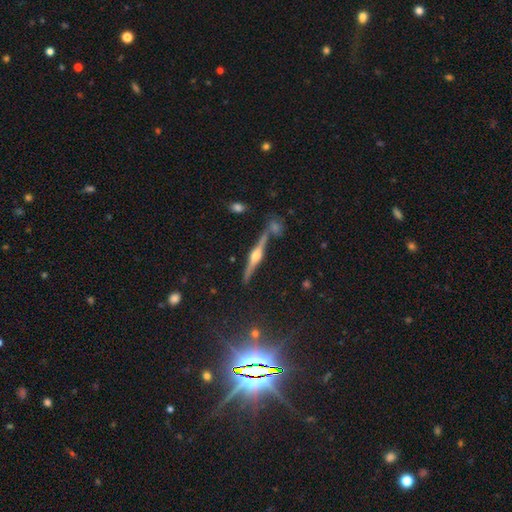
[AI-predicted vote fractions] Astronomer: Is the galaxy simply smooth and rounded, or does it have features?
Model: featured or disk — 82%.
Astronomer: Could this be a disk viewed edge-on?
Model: yes — 97%.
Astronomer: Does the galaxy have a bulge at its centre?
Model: rounded — 93%.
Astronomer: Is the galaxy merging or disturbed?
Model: none — 80%.